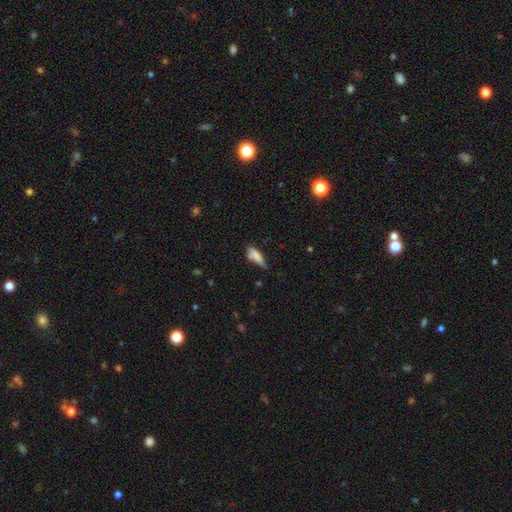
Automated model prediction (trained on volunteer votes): smooth-or-featured: smooth: 76% | featured or disk: 15% | star or artifact: 8%
  how-rounded: in between: 58% | cigar-shaped: 39% | round: 2%
  merging: none: 41% | minor disturbance: 39% | major disturbance: 13% | merger: 7%